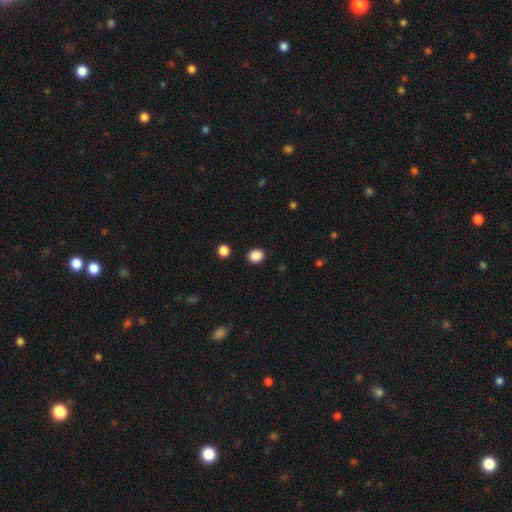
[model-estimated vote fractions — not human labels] Overall: smooth (88%). How rounded: round (57%; in between 42%). Merging: none (89%).